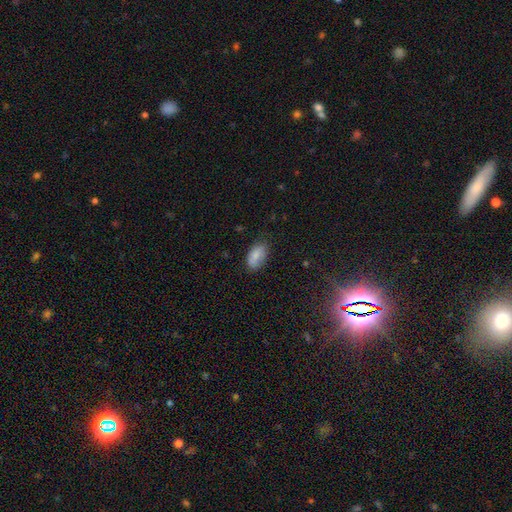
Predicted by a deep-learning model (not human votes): This appears to be a smooth galaxy with no disk features (81%) that is in between round and cigar-shaped (93%). Merging: none (72%).